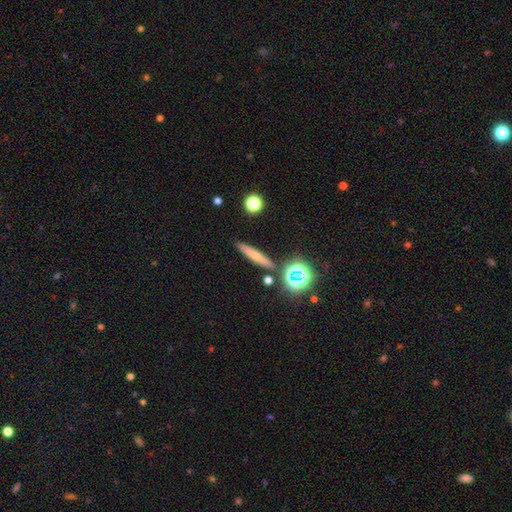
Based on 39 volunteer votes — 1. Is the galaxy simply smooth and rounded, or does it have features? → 64% smooth, 28% featured or disk, 8% star or artifact.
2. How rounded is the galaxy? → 92% cigar-shaped, 8% round, 0% in between.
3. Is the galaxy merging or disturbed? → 86% none, 8% minor disturbance, 3% major disturbance, 3% merger.